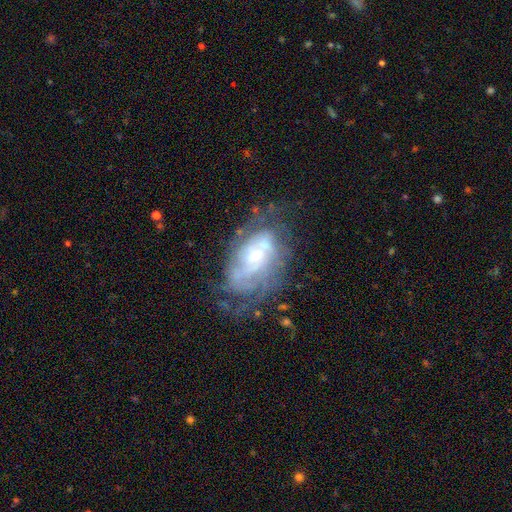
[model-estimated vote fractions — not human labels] Morphology: type=featured or disk (76%); edge-on=no (95%); bar=no (61%); spiral arms=yes (81%); winding=tight (55%); arm count=can't tell (52%); bulge=small (48%); merging=none (56%).